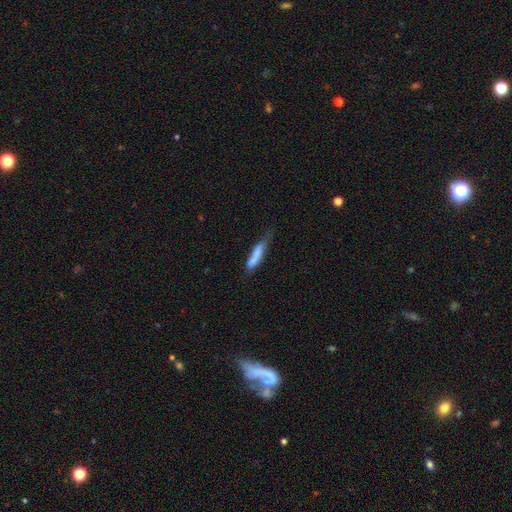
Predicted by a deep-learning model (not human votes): This is likely a smooth galaxy (75%). How rounded: clearly cigar-shaped (81%). Merging: marginally none (43%).